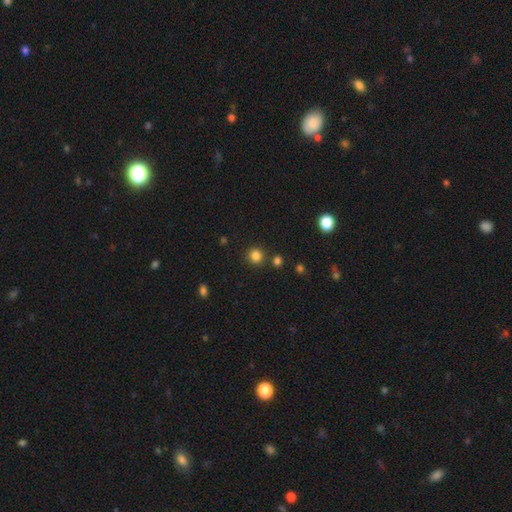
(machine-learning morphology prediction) type=smooth (83%); roundness=round (89%); merging=none (85%).